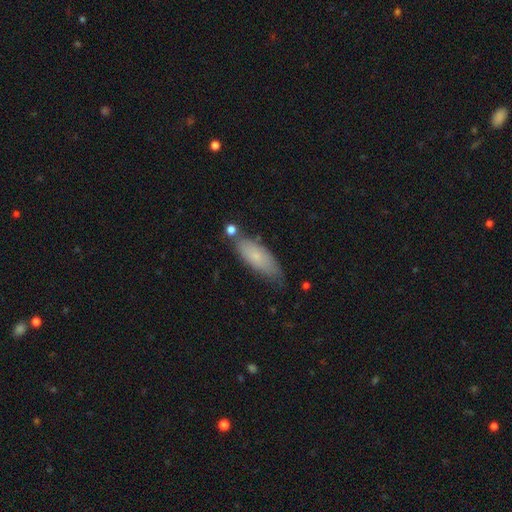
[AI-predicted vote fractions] Smooth or featured?
  - smooth: 74% *
  - featured or disk: 19%
  - star or artifact: 7%
How rounded?
  - in between: 62% *
  - cigar-shaped: 36%
  - round: 2%
Merging?
  - none: 61% *
  - minor disturbance: 25%
  - merger: 8%
  - major disturbance: 6%